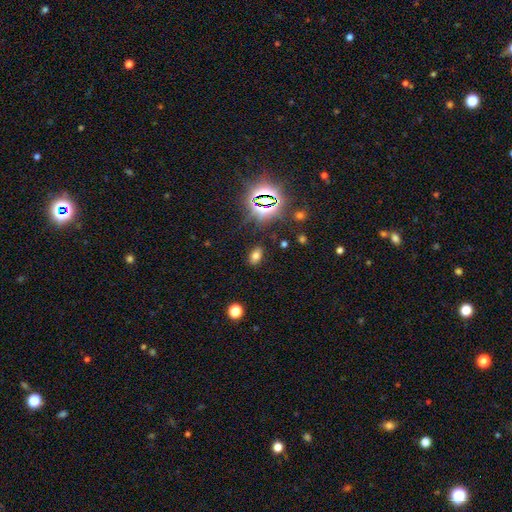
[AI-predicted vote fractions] Smooth or featured? smooth (64%)
How rounded? in between (86%)
Merging? none (85%)